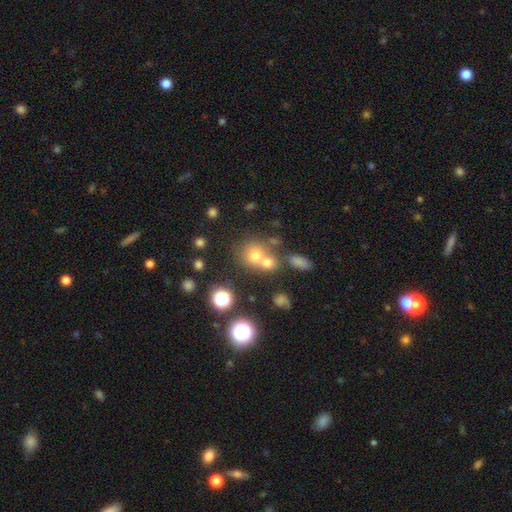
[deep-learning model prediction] Smooth or featured: smooth — 67% (star or artifact — 19%)
How rounded: round — 81% (in between — 18%)
Merging: none — 46% (merger — 41%)